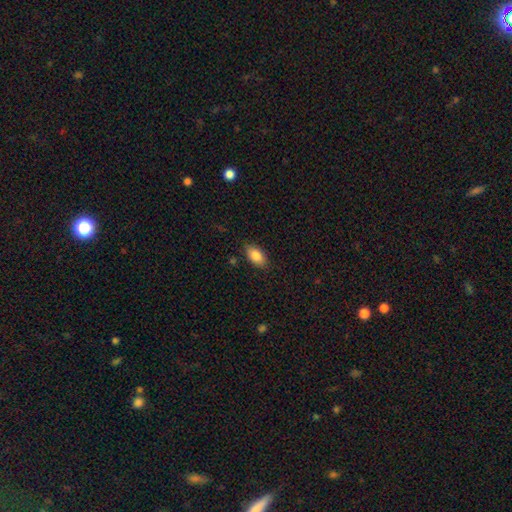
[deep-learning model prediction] Morphology: type=smooth (85%); roundness=in between (92%); merging=none (84%).